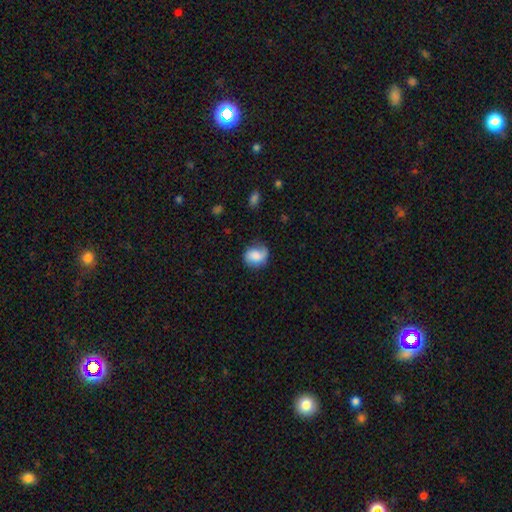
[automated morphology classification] Smooth or featured? smooth (63%)
How rounded? round (61%)
Merging? none (60%)